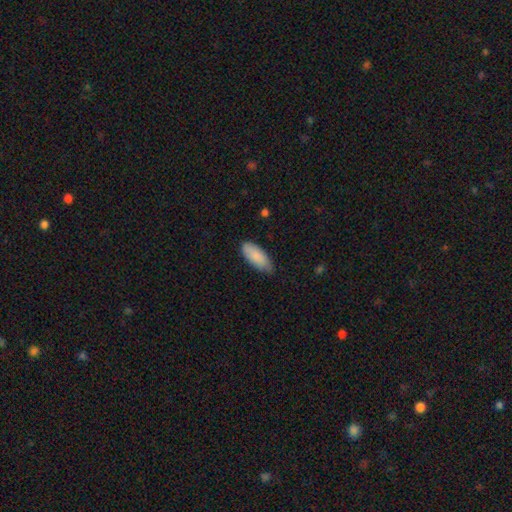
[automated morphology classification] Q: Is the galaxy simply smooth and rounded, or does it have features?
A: smooth — 88%.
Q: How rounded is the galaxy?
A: in between — 84%.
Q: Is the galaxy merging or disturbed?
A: none — 75%.